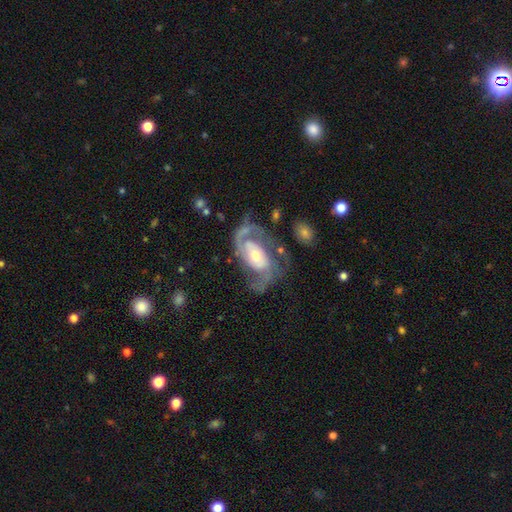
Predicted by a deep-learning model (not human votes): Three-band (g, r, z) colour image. It shows a featured or disk galaxy (88%) with no bar (51%), 2 (68%) medium (47%) spiral arms (94%) and a moderate central bulge (63%). Merging: none (52%).